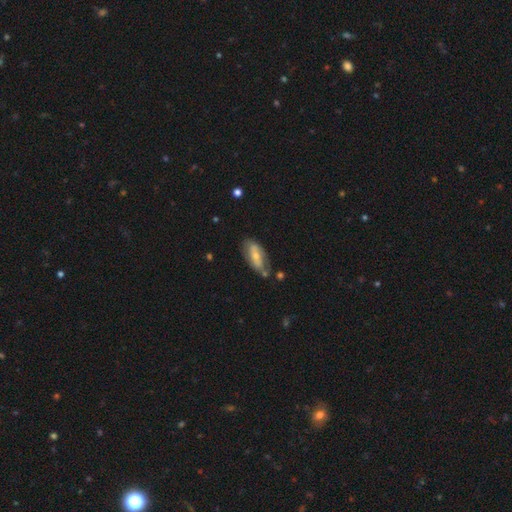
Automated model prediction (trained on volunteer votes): A featured or disk galaxy (52%).

Vote fractions:
- Smooth or featured? featured or disk: 52% / smooth: 42% / star or artifact: 6%
- Edge-on disk? no: 85% / yes: 15%
- Merging? none: 59% / minor disturbance: 24% / major disturbance: 9% / merger: 8%